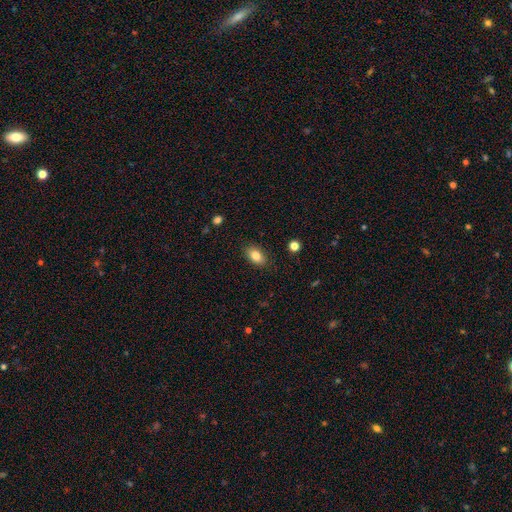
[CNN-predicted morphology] This appears to be a smooth galaxy with no disk features (84%) that is in between round and cigar-shaped (88%). Merging: none (87%).